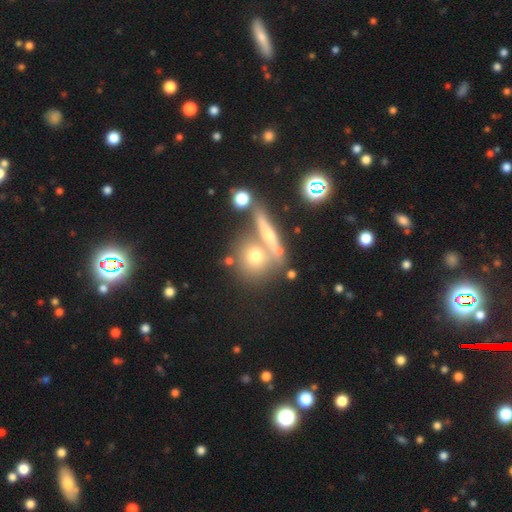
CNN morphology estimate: The model was most divided on "merging": none: 54%, merger: 30%, minor disturbance: 11%, major disturbance: 5%. More confident: how rounded — round (76%); smooth or featured — smooth (62%).